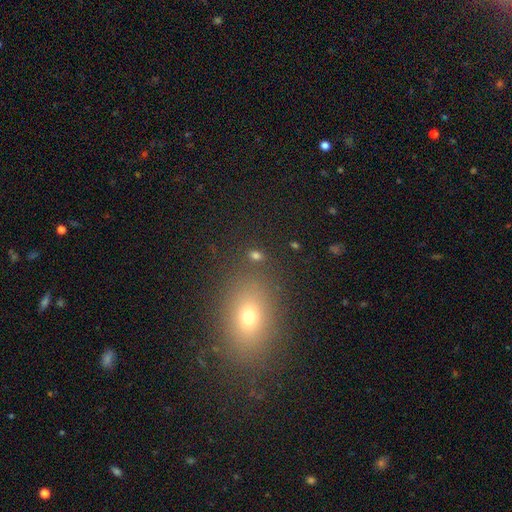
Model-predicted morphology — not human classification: Smooth or featured? smooth (72%)
How rounded? in between (67%)
Merging? none (78%)